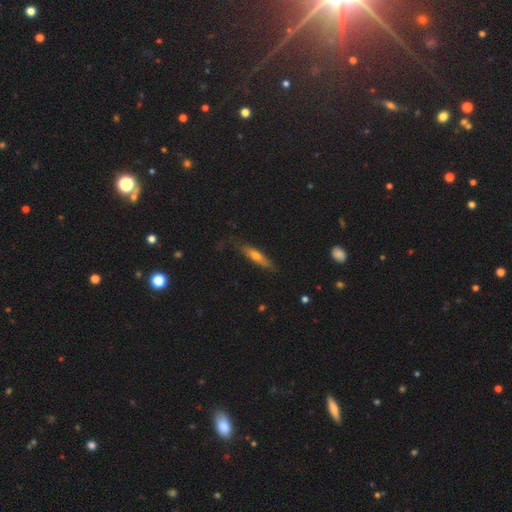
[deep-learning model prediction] Q: Smooth or featured?
A: smooth (56%); runner-up: featured or disk (38%)
Q: How rounded?
A: cigar-shaped (76%); runner-up: in between (22%)
Q: Merging?
A: none (72%); runner-up: minor disturbance (21%)